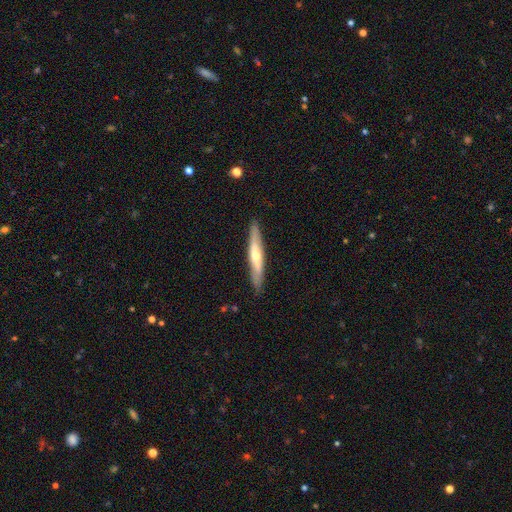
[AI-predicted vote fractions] The model was most divided on "smooth or featured": featured or disk: 55%, smooth: 40%, star or artifact: 5%. More confident: merging — none (89%); edge-on disk — yes (88%).